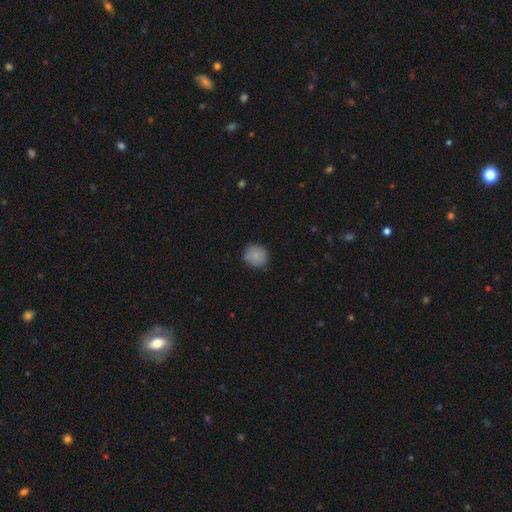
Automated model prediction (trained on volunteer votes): This is clearly a smooth galaxy (86%). How rounded: clearly round (85%). Merging: clearly none (80%).